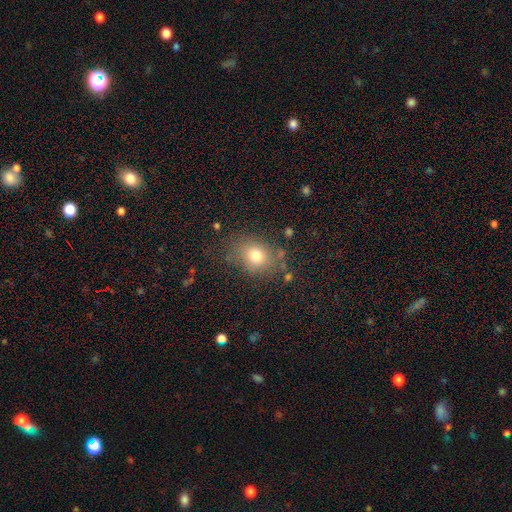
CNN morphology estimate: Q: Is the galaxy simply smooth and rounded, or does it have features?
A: smooth — 75%.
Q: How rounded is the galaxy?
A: in between — 53%.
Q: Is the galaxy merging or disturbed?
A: none — 75%.